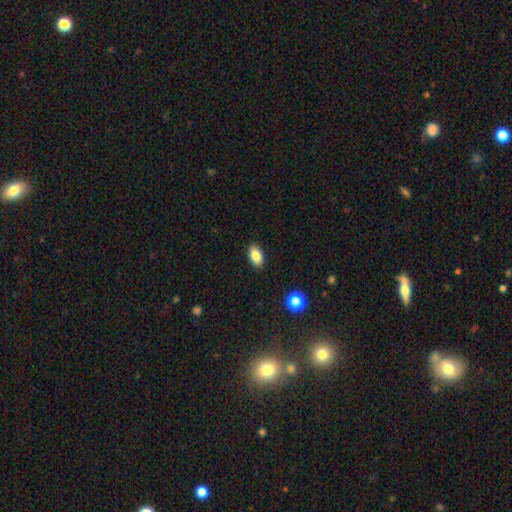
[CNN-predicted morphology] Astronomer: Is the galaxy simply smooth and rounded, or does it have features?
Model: smooth — 84%.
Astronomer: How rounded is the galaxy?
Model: in between — 90%.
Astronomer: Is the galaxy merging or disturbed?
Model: none — 89%.